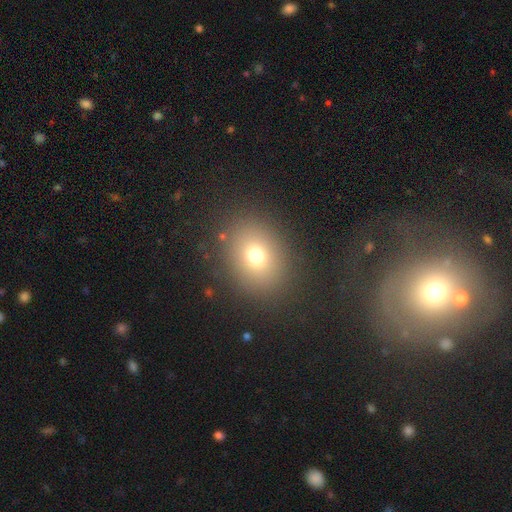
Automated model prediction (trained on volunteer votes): A smooth galaxy with no disk features (72%) that is round (58%). Merging: none (85%).